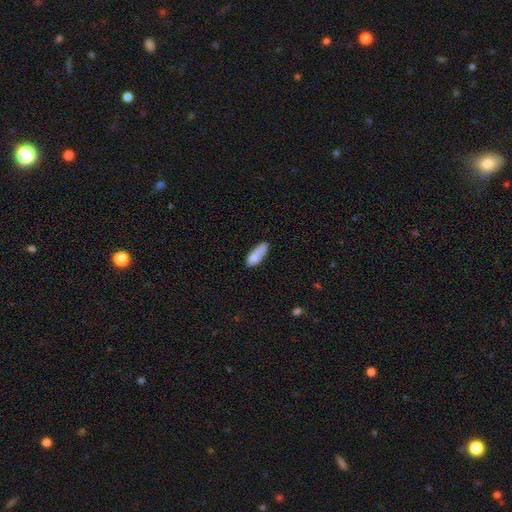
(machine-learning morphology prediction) The model was most divided on "how rounded": in between: 59%, cigar-shaped: 39%, round: 2%. More confident: smooth or featured — smooth (80%); merging — none (52%).